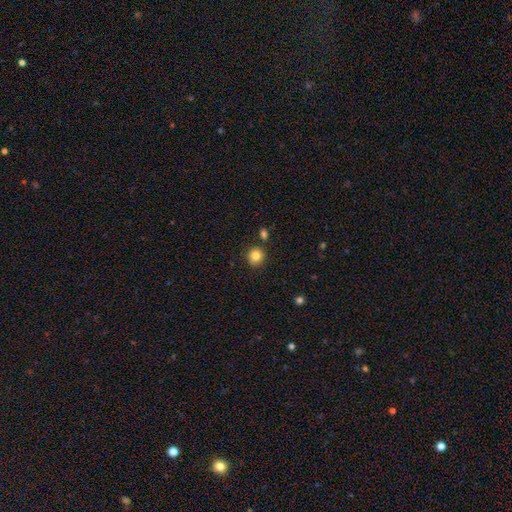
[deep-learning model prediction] Smooth or featured? smooth (84%)
How rounded? round (90%)
Merging? none (86%)